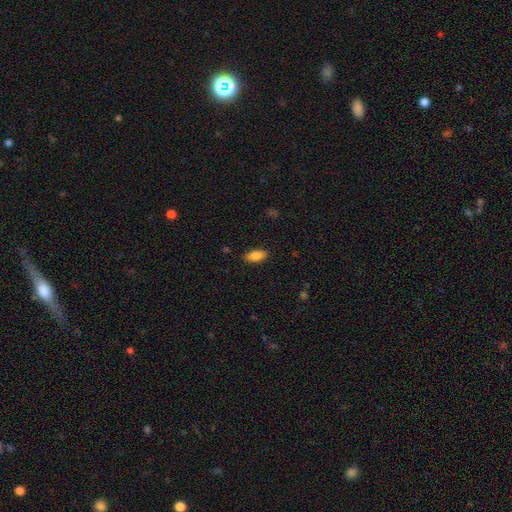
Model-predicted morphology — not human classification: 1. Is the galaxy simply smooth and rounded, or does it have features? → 87% smooth, 7% star or artifact, 6% featured or disk.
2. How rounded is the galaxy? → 90% in between, 7% cigar-shaped, 3% round.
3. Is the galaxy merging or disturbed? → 87% none, 10% minor disturbance, 2% major disturbance, 1% merger.